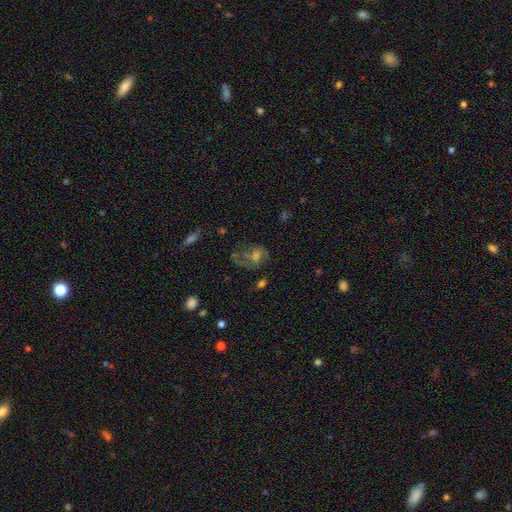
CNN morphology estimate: The model was most divided on "merging": none: 39%, major disturbance: 37%, minor disturbance: 18%, merger: 6%. Remaining: smooth or featured — featured or disk (45%).